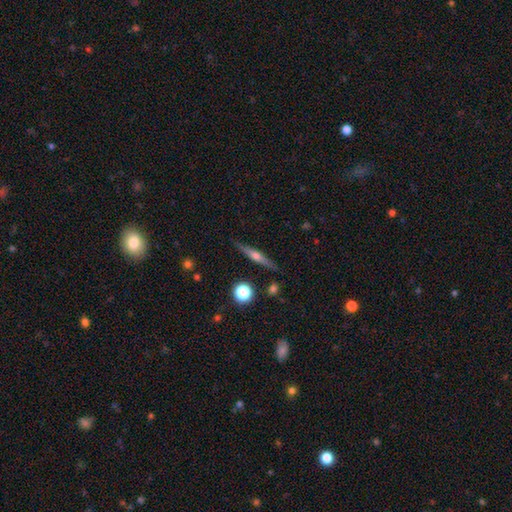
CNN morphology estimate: The model was most divided on "smooth or featured": featured or disk: 63%, smooth: 29%, star or artifact: 8%. More confident: edge-on disk — yes (96%); merging — none (87%); edge-on bulge — rounded (84%).